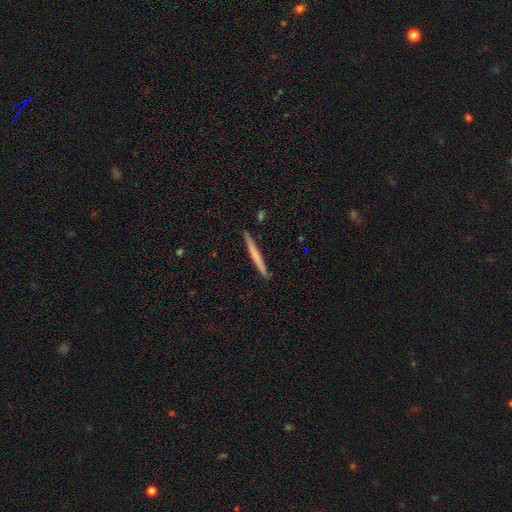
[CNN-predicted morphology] This is possibly a smooth galaxy (57%). How rounded: clearly cigar-shaped (97%). Merging: clearly none (90%).